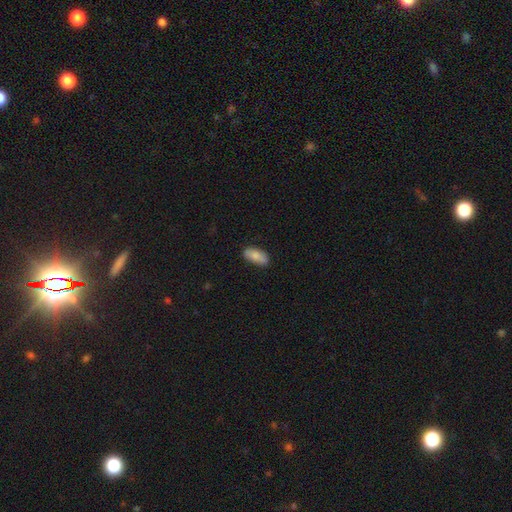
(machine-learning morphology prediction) Smooth or featured: smooth — 82% (featured or disk — 11%)
How rounded: in between — 88% (cigar-shaped — 9%)
Merging: none — 83% (minor disturbance — 13%)